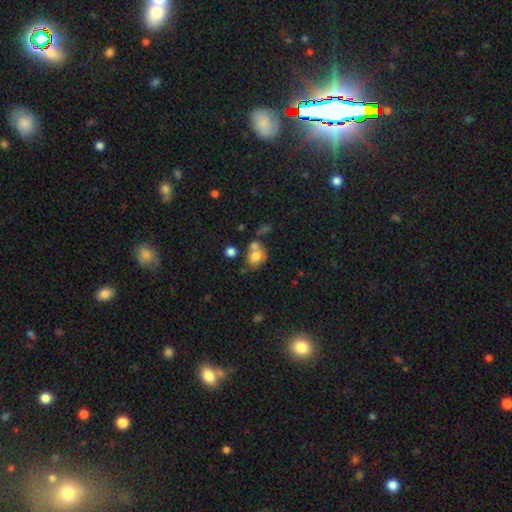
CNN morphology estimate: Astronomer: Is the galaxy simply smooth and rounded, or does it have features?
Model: smooth — 73%.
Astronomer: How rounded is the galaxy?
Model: in between — 51% (runner-up: round, 48%).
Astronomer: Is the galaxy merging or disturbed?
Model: merger — 38% (runner-up: none, 36%).